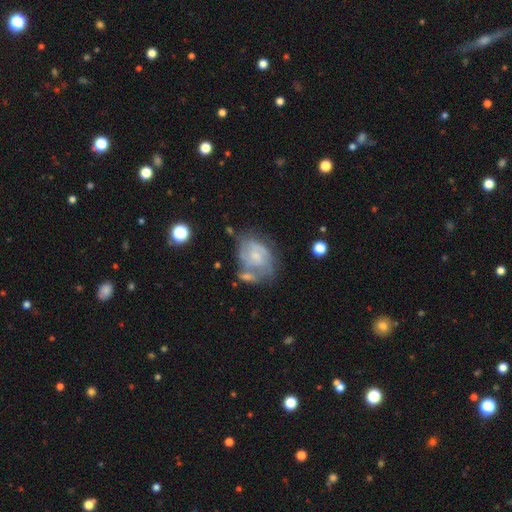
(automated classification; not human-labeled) Morphology: type=featured or disk (70%); edge-on=no (97%); bar=no (65%); spiral arms=yes (80%); winding=tight (48%); arm count=can't tell (38%); bulge=small (61%); merging=none (39%).